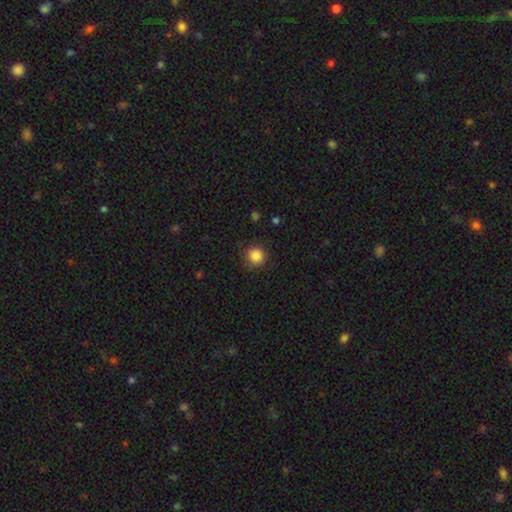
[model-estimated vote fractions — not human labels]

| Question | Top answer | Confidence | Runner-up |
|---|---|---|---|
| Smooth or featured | smooth | 86% | star or artifact (10%) |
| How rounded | round | 94% | in between (5%) |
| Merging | none | 88% | minor disturbance (8%) |